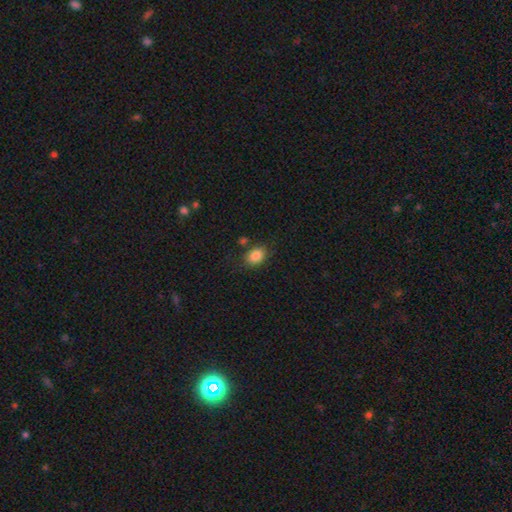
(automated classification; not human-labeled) Q: Smooth or featured?
A: smooth (85%); runner-up: star or artifact (9%)
Q: How rounded?
A: in between (73%); runner-up: round (26%)
Q: Merging?
A: none (76%); runner-up: minor disturbance (14%)